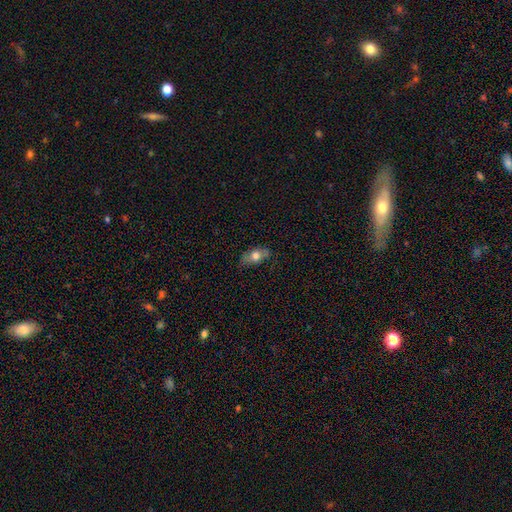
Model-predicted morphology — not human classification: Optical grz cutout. It shows a smooth galaxy with no disk features (65%) that is in between round and cigar-shaped (81%). Merging: none (75%).